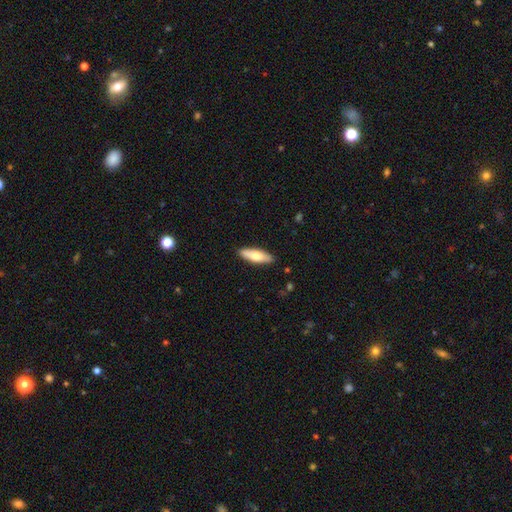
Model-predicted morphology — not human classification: smooth 63%, featured or disk 31%, star or artifact 5%. Down the decision tree: how rounded — cigar-shaped (53%); merging — none (89%).